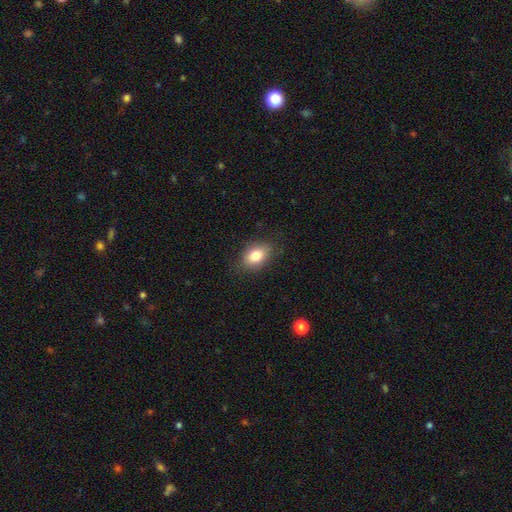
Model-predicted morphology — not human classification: type=smooth (81%); roundness=in between (79%); merging=none (83%).